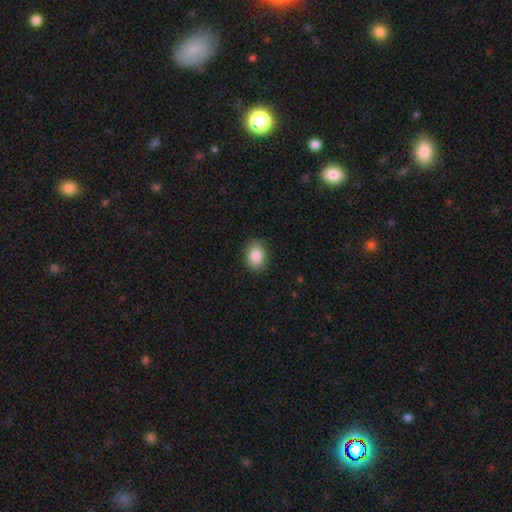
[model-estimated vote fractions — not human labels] Morphology: type=smooth (87%); roundness=in between (67%); merging=none (88%).